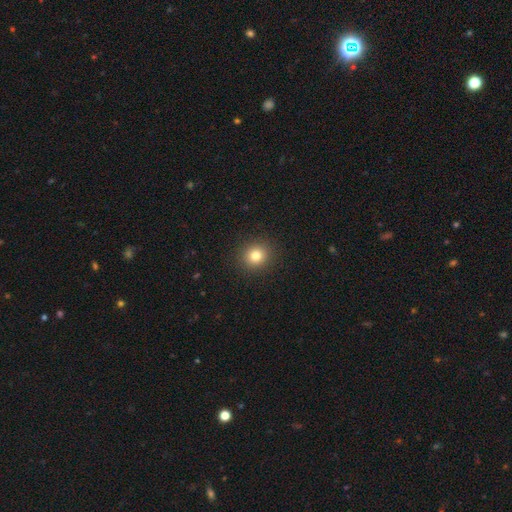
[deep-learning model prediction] Smooth or featured?
  - smooth: 80% *
  - star or artifact: 13%
  - featured or disk: 7%
How rounded?
  - round: 87% *
  - in between: 12%
  - cigar-shaped: 1%
Merging?
  - none: 91% *
  - minor disturbance: 5%
  - major disturbance: 2%
  - merger: 1%